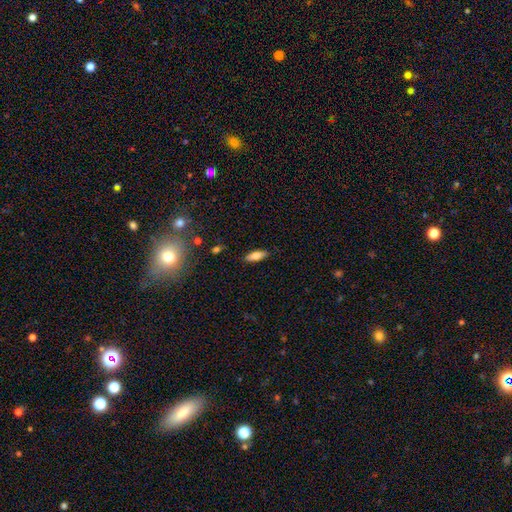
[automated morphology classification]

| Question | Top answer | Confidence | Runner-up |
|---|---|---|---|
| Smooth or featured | smooth | 78% | featured or disk (15%) |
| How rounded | in between | 66% | cigar-shaped (32%) |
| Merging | none | 86% | minor disturbance (11%) |